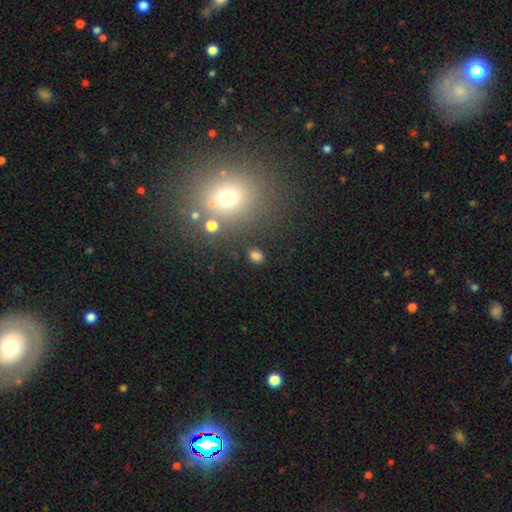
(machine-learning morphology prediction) Smooth or featured? smooth (77%)
How rounded? in between (64%)
Merging? none (83%)